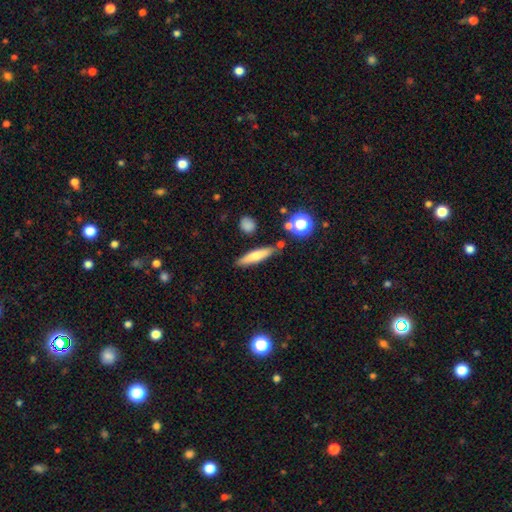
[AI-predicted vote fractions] Smooth or featured: smooth — 66% (featured or disk — 26%)
How rounded: cigar-shaped — 79% (in between — 18%)
Merging: none — 81% (minor disturbance — 11%)